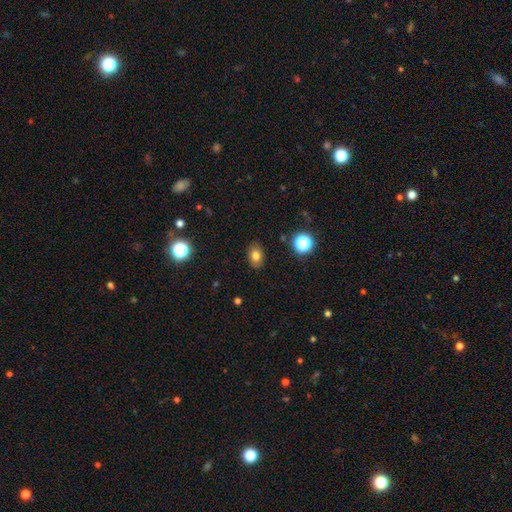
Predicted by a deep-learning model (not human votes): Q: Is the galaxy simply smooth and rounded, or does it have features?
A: smooth — 78%.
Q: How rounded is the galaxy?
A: in between — 74%.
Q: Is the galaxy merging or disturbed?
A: none — 86%.